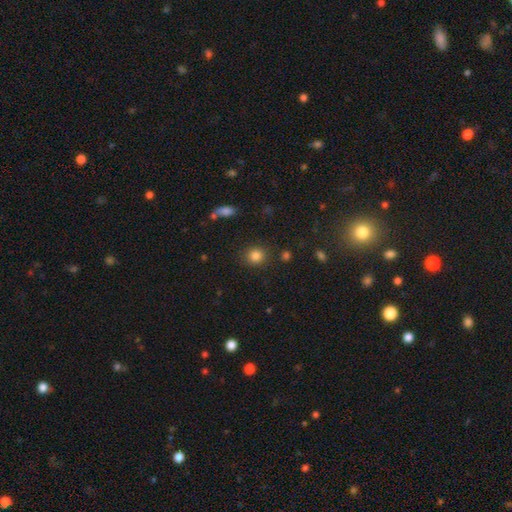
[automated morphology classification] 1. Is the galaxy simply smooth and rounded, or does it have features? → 84% smooth, 11% star or artifact, 5% featured or disk.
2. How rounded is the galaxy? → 83% round, 16% in between, 1% cigar-shaped.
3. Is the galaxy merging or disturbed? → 86% none, 8% minor disturbance, 3% major disturbance, 3% merger.